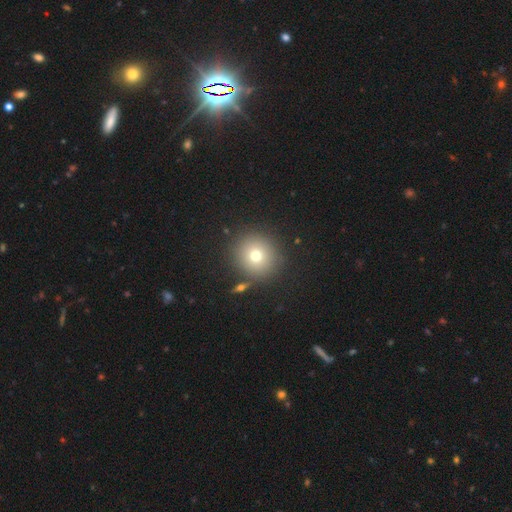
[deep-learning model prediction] Smooth or featured: smooth — 71% (star or artifact — 16%)
How rounded: round — 93% (in between — 6%)
Merging: none — 86% (minor disturbance — 7%)